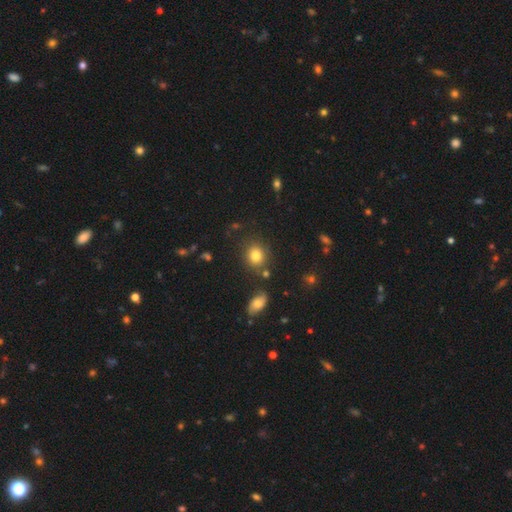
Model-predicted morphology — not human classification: smooth-or-featured: smooth: 81% | star or artifact: 12% | featured or disk: 7%
  how-rounded: round: 77% | in between: 22% | cigar-shaped: 1%
  merging: none: 80% | minor disturbance: 10% | merger: 6% | major disturbance: 3%